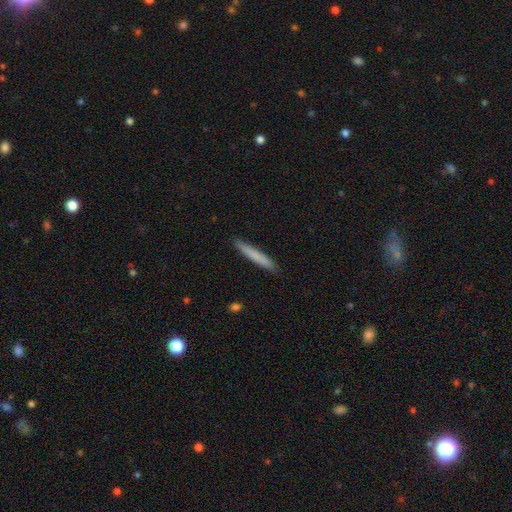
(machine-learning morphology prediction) smooth 75%, featured or disk 19%, star or artifact 6%. Down the decision tree: how rounded — cigar-shaped (96%); merging — none (91%).